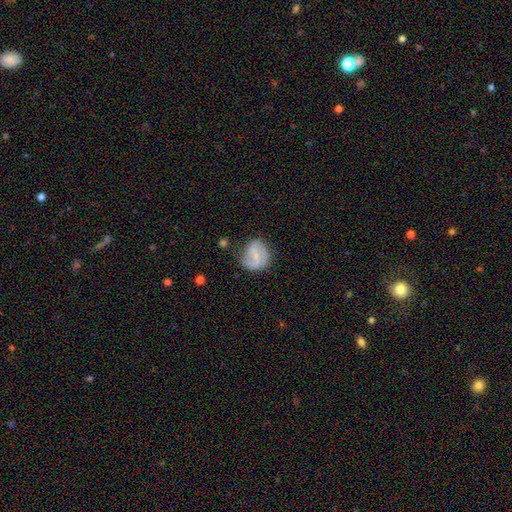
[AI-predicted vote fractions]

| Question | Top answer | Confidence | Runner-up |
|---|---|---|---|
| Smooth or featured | featured or disk | 58% | smooth (35%) |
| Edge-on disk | no | 97% | yes (3%) |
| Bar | weak | 50% | no (30%) |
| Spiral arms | yes | 80% | no (20%) |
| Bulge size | small | 63% | moderate (26%) |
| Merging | none | 61% | minor disturbance (27%) |